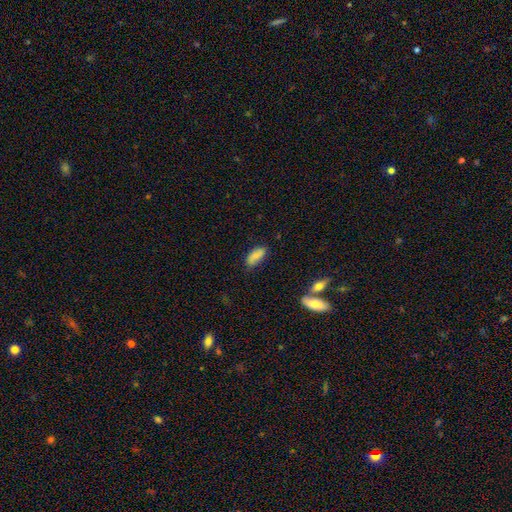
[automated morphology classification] smooth 77%, featured or disk 16%, star or artifact 8%. Down the decision tree: how rounded — in between (89%); merging — none (74%).